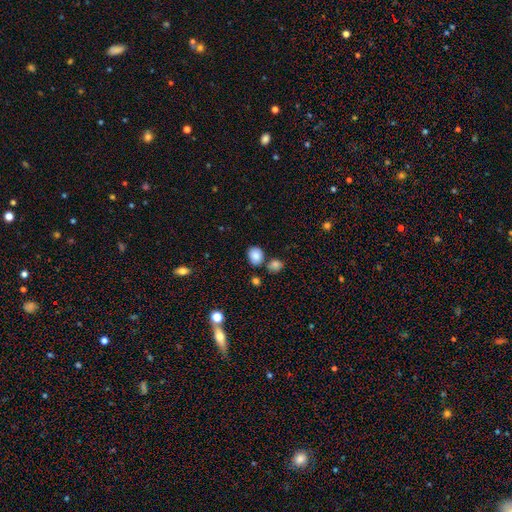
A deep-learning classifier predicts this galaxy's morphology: smooth 85%, star or artifact 10%, featured or disk 5%. Down the decision tree: how rounded — round (54%); merging — none (70%).